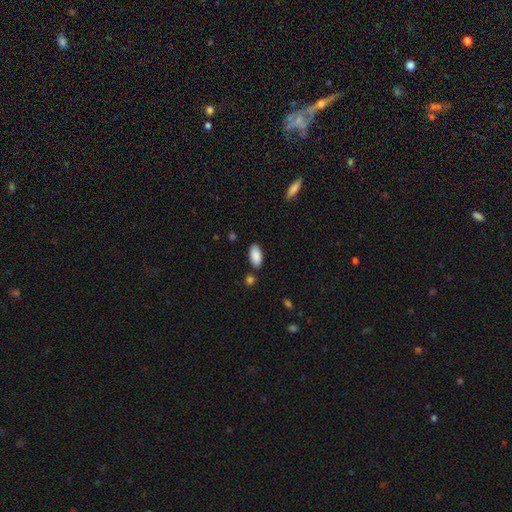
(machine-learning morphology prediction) smooth 89%, star or artifact 6%, featured or disk 5%. Down the decision tree: how rounded — in between (93%); merging — none (82%).